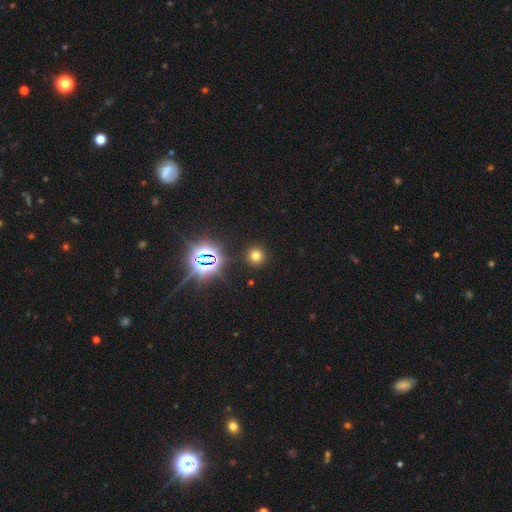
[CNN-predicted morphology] Smooth or featured? smooth (68%)
How rounded? round (93%)
Merging? none (91%)